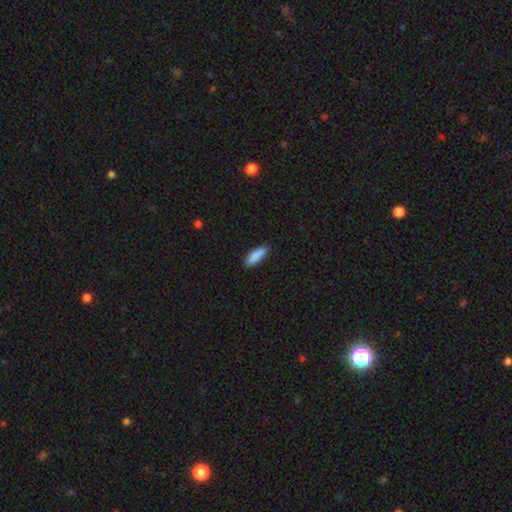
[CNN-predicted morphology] smooth 88%, star or artifact 6%, featured or disk 6%. Down the decision tree: how rounded — in between (59%); merging — none (81%).